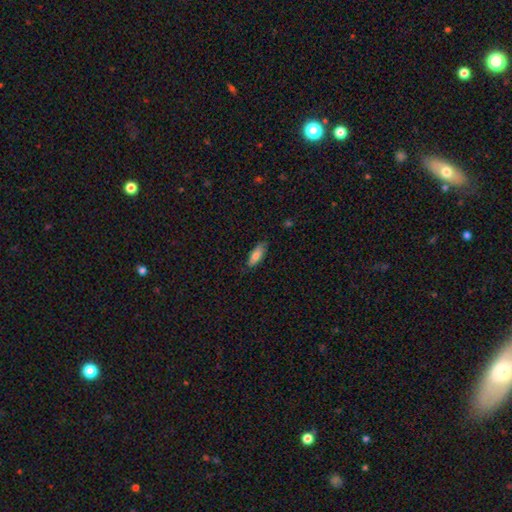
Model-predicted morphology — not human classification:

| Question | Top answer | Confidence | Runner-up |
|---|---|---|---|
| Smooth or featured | smooth | 80% | featured or disk (14%) |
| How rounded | in between | 67% | cigar-shaped (31%) |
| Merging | none | 78% | minor disturbance (18%) |